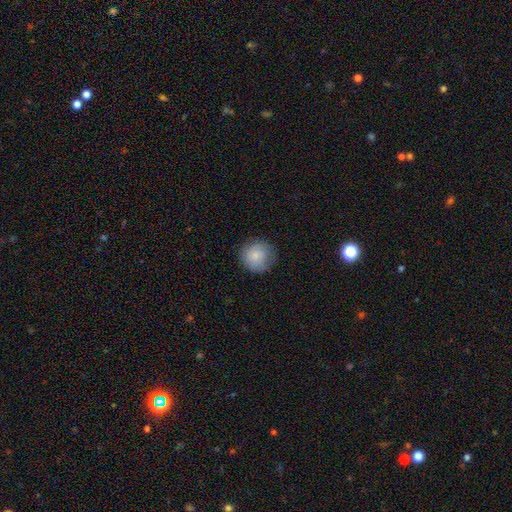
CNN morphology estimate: This is clearly a smooth galaxy (83%). How rounded: clearly round (93%). Merging: clearly none (82%).